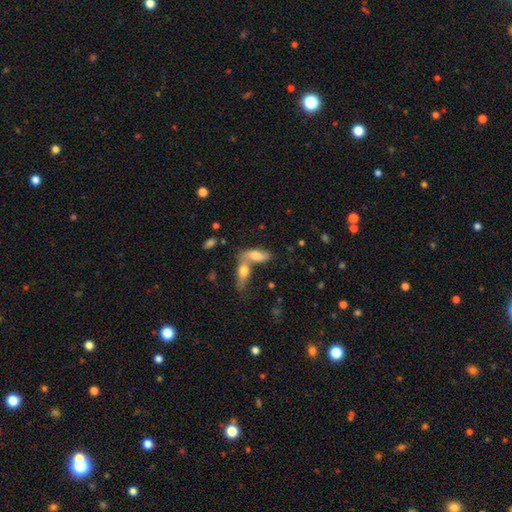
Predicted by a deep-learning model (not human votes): Smooth or featured: smooth — 63% (featured or disk — 28%)
How rounded: in between — 68% (cigar-shaped — 28%)
Merging: merger — 57% (none — 30%)